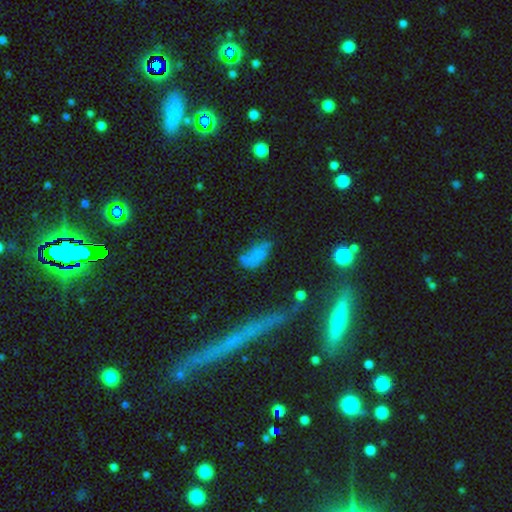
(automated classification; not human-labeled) Smooth or featured: smooth — 63% (featured or disk — 22%)
How rounded: in between — 87% (cigar-shaped — 8%)
Merging: none — 40% (minor disturbance — 29%)